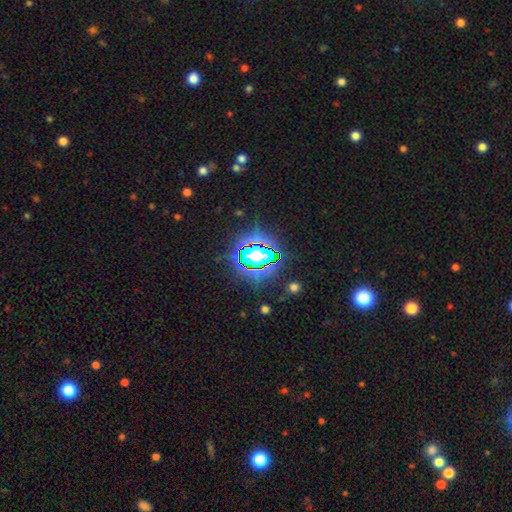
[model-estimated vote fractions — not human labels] Smooth or featured? Predicted: star or artifact (p=0.72).